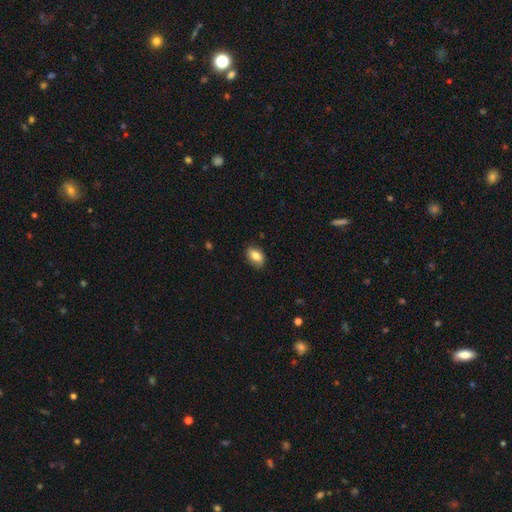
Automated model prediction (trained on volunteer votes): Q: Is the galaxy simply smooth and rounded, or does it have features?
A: smooth — 82%.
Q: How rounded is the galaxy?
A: in between — 88%.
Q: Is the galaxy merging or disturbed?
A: none — 81%.